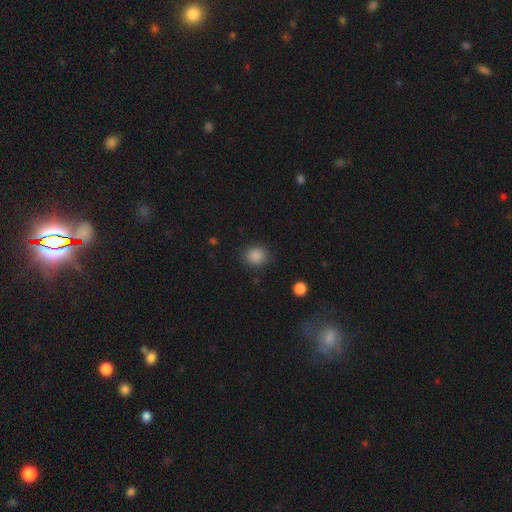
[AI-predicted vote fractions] Smooth or featured: smooth — 87% (star or artifact — 10%)
How rounded: round — 81% (in between — 18%)
Merging: none — 87% (minor disturbance — 9%)